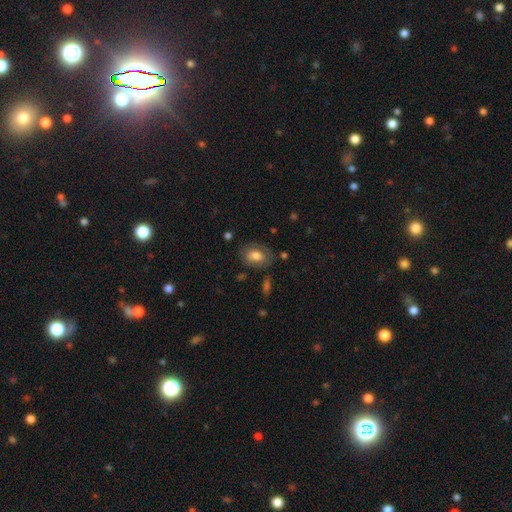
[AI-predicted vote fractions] Smooth or featured? Predicted: smooth (p=0.68). How rounded? Predicted: in between (p=0.78). Merging? Predicted: none (p=0.70).